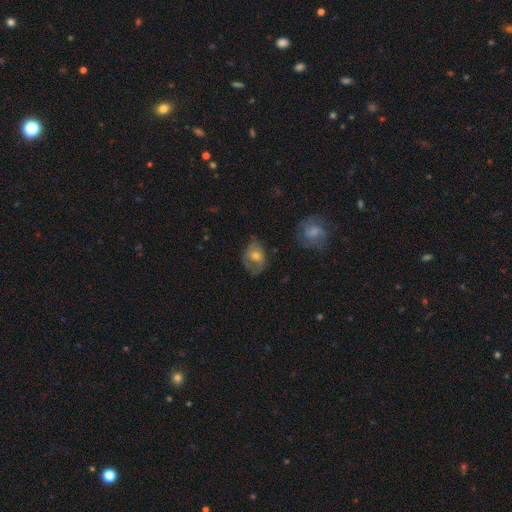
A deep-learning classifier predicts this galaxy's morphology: A smooth galaxy with no disk features (57%) that is in between round and cigar-shaped (60%). Merging: none (53%).